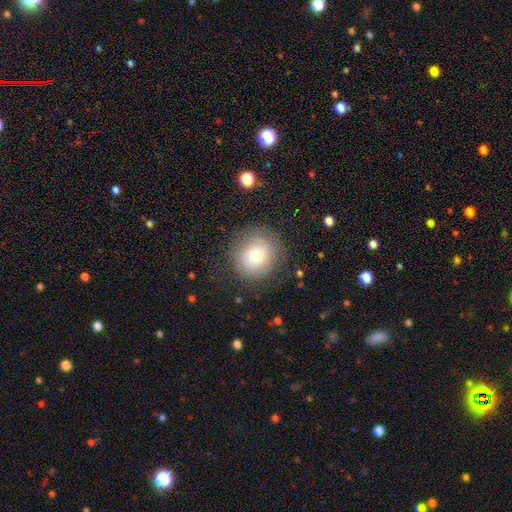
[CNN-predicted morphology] Q: Smooth or featured?
A: smooth (72%); runner-up: featured or disk (18%)
Q: How rounded?
A: round (87%); runner-up: in between (12%)
Q: Merging?
A: none (79%); runner-up: minor disturbance (13%)